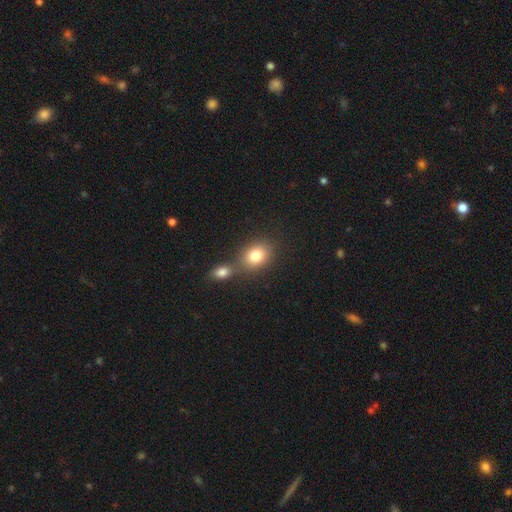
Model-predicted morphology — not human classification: type=smooth (80%); roundness=in between (54%); merging=none (53%).